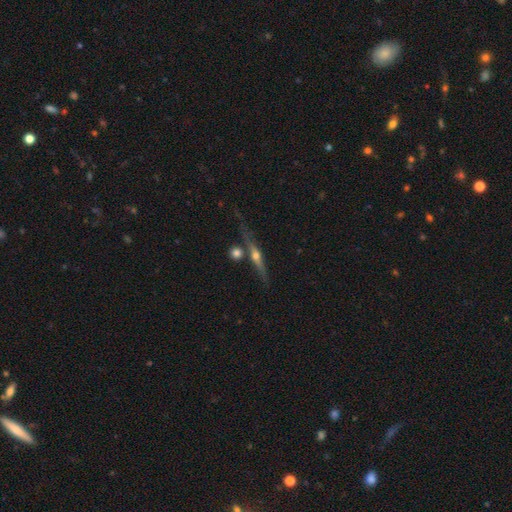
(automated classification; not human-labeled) This appears to be a featured or disk galaxy (75%) viewed edge-on (95%) with a rounded central bulge (92%). Merging: none (70%).